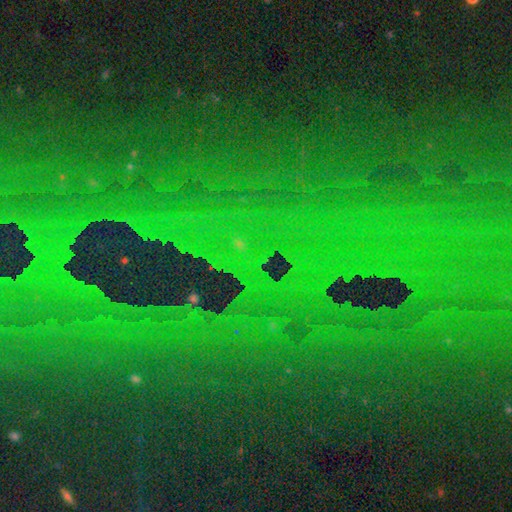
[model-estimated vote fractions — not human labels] Smooth or featured?
  - star or artifact: 83% *
  - smooth: 9%
  - featured or disk: 8%